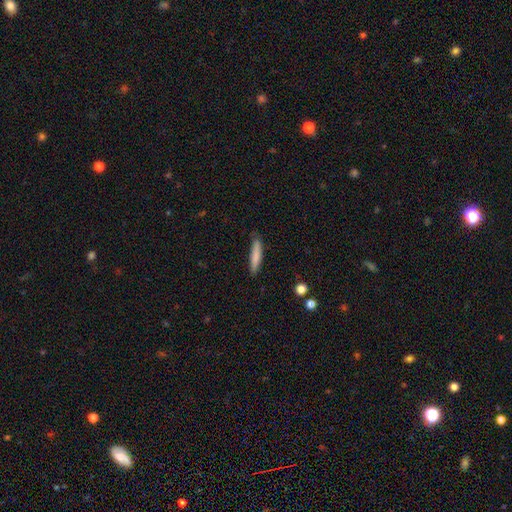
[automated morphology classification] smooth_or_featured: smooth (p=0.81) [alt: featured or disk p=0.13]
how_rounded: cigar-shaped (p=0.89) [alt: in between p=0.10]
merging: none (p=0.82) [alt: minor disturbance p=0.14]